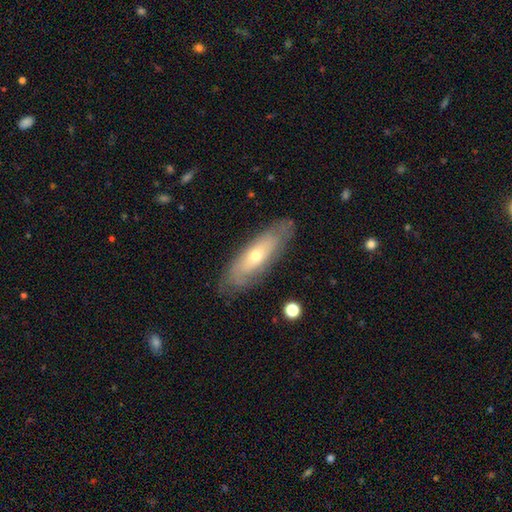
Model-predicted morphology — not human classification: Smooth or featured? featured or disk (53%)
Edge-on disk? no (68%)
Merging? none (79%)